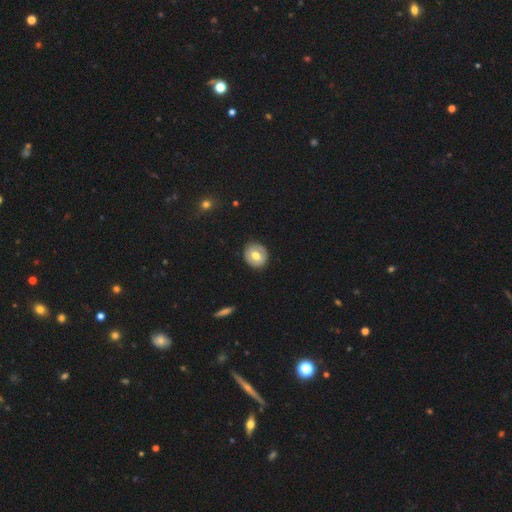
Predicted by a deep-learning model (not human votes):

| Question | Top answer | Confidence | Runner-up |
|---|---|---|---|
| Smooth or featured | smooth | 61% | featured or disk (32%) |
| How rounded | round | 82% | in between (17%) |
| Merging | none | 88% | minor disturbance (9%) |